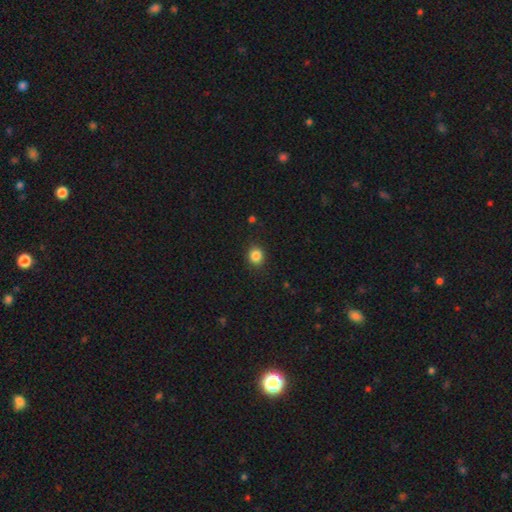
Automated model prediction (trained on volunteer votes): Overall: smooth (86%). How rounded: round (76%). Merging: none (88%).